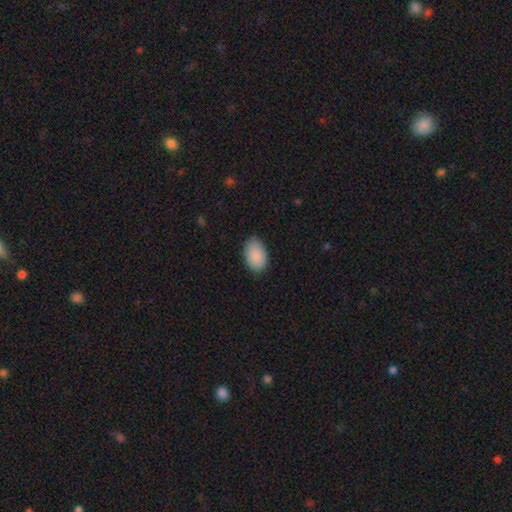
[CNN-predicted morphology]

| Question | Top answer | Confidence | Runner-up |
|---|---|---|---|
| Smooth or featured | smooth | 90% | star or artifact (6%) |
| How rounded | in between | 91% | round (8%) |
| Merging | none | 85% | minor disturbance (12%) |